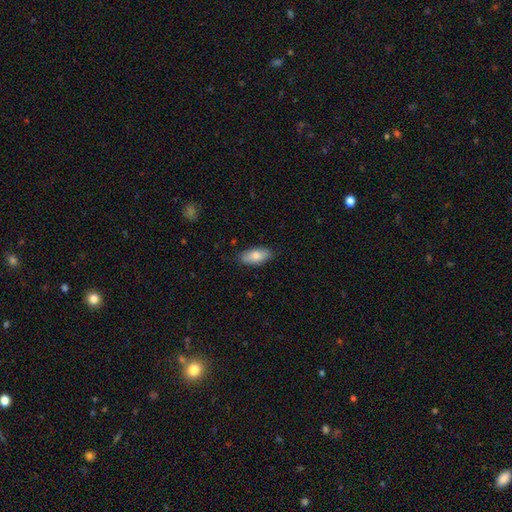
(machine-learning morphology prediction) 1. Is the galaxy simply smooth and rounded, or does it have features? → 80% smooth, 14% featured or disk, 6% star or artifact.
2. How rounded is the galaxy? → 86% in between, 12% cigar-shaped, 2% round.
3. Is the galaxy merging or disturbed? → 83% none, 14% minor disturbance, 2% major disturbance, 1% merger.